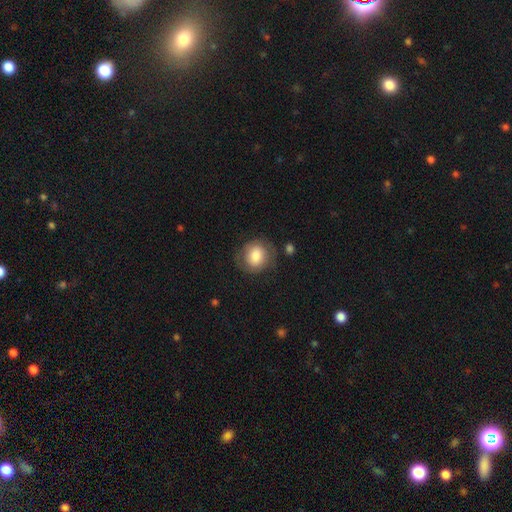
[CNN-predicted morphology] Smooth or featured? Predicted: smooth (p=0.75). How rounded? Predicted: round (p=0.76). Merging? Predicted: none (p=0.73).